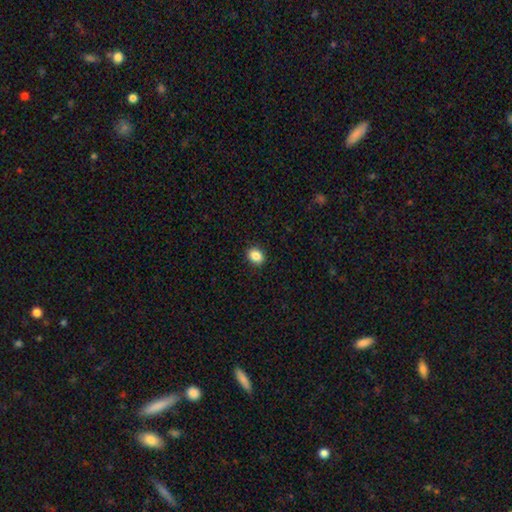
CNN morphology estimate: Smooth or featured?
  - smooth: 86% *
  - star or artifact: 9%
  - featured or disk: 5%
How rounded?
  - in between: 56% *
  - round: 43%
  - cigar-shaped: 1%
Merging?
  - none: 90% *
  - minor disturbance: 7%
  - major disturbance: 2%
  - merger: 1%